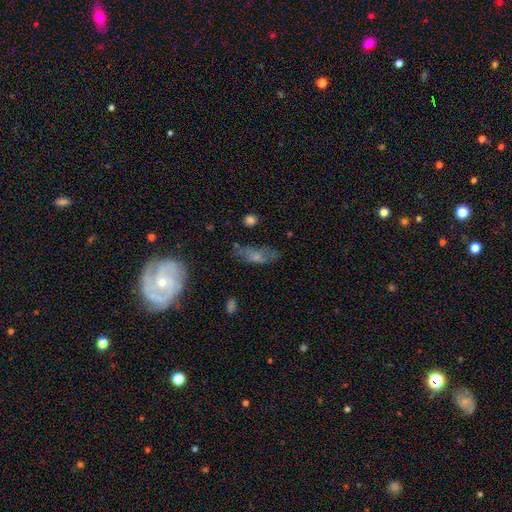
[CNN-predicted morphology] The model was most divided on "merging": none: 53%, minor disturbance: 26%, major disturbance: 16%, merger: 5%. More confident: how rounded — in between (70%); smooth or featured — smooth (57%).